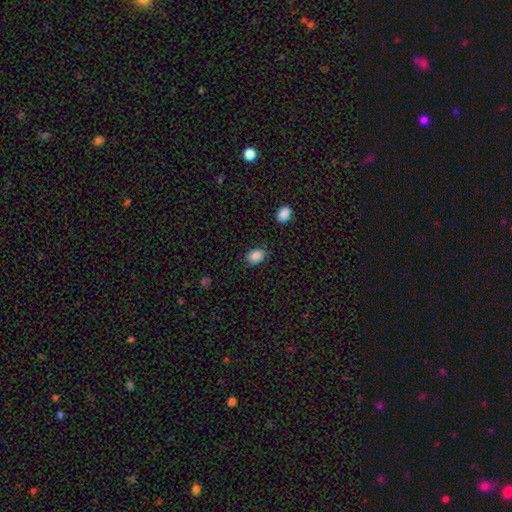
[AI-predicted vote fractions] Smooth or featured?
  - smooth: 88% *
  - star or artifact: 8%
  - featured or disk: 4%
How rounded?
  - in between: 77% *
  - round: 22%
  - cigar-shaped: 1%
Merging?
  - none: 83% *
  - minor disturbance: 12%
  - major disturbance: 3%
  - merger: 2%